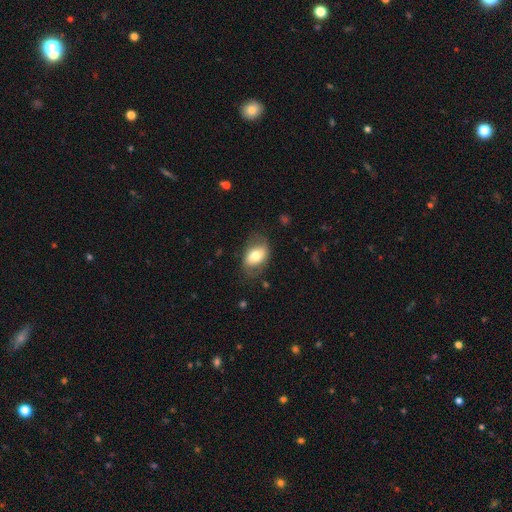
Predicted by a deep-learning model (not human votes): Smooth or featured? Predicted: smooth (p=0.66). How rounded? Predicted: in between (p=0.86). Merging? Predicted: none (p=0.71).